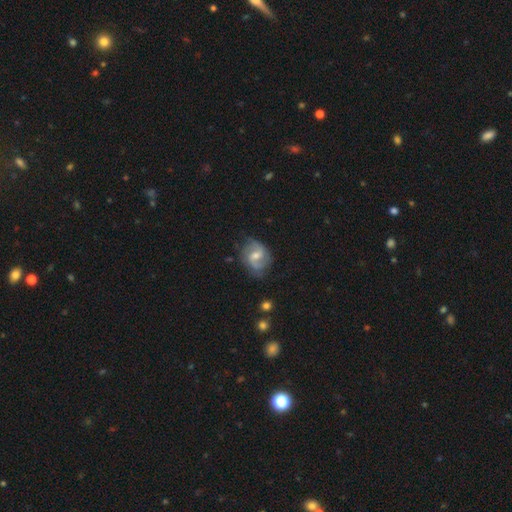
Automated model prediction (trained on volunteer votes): This appears to be a featured or disk galaxy (78%) with a weak bar (59%), 2 (86%) medium (49%) spiral arms (94%) and a moderate central bulge (57%). Merging: none (71%).